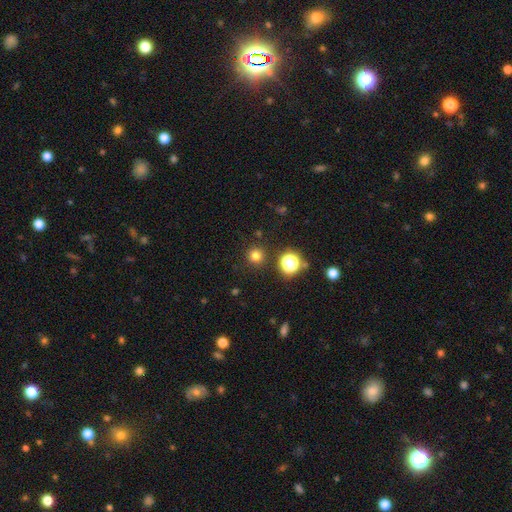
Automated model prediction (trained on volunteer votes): Q: Smooth or featured?
A: smooth (77%); runner-up: star or artifact (18%)
Q: How rounded?
A: round (95%); runner-up: in between (4%)
Q: Merging?
A: none (90%); runner-up: minor disturbance (5%)